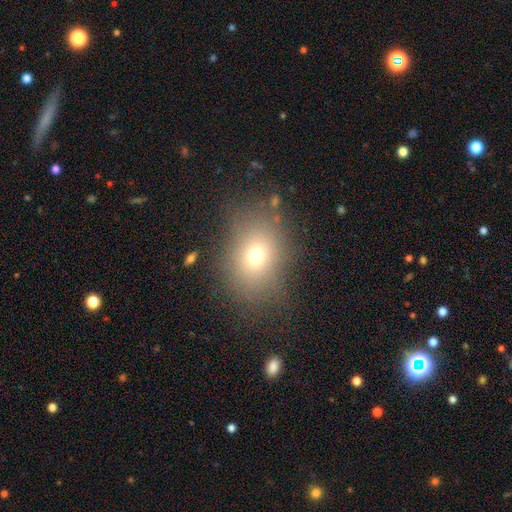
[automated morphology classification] This appears to be a smooth galaxy with no disk features (69%) that is in between round and cigar-shaped (61%). Merging: none (76%).